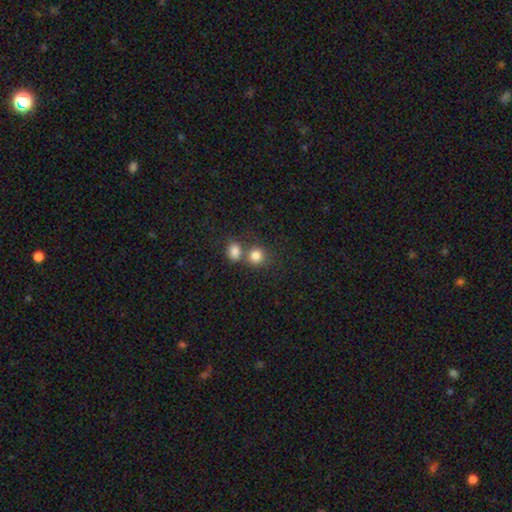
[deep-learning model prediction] smooth_or_featured: smooth (p=0.82) [alt: star or artifact p=0.11]
how_rounded: round (p=0.81) [alt: in between p=0.18]
merging: none (p=0.50) [alt: merger p=0.39]